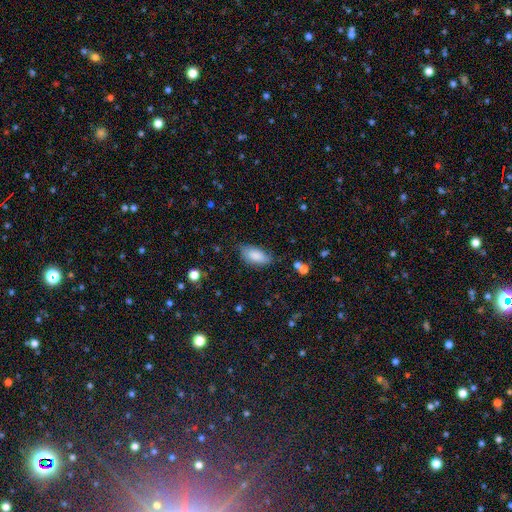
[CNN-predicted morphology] This is clearly a smooth galaxy (82%). How rounded: clearly in between (91%). Merging: likely none (68%).